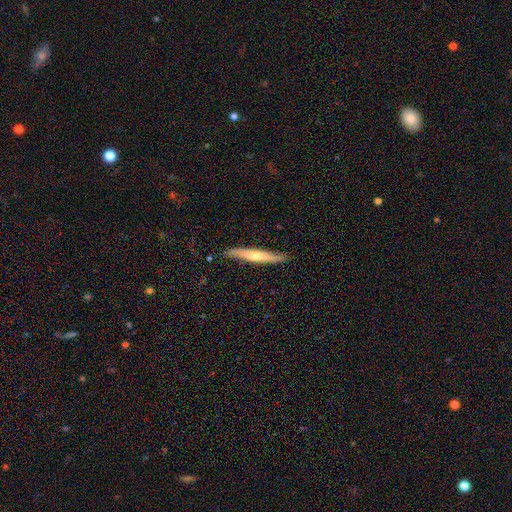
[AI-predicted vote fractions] A featured or disk galaxy (53%) viewed edge-on (82%). Merging: none (82%).